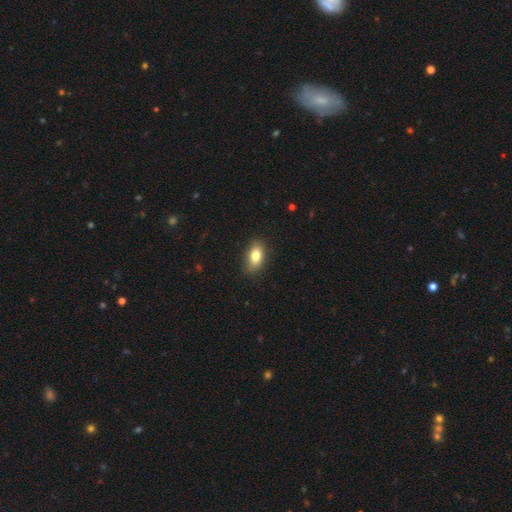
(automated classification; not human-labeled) Morphology: type=smooth (81%); roundness=in between (88%); merging=none (83%).